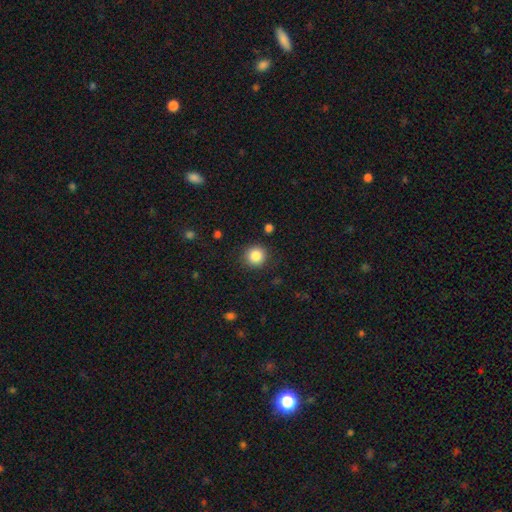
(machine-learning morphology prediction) Smooth or featured? smooth (86%)
How rounded? round (93%)
Merging? none (88%)